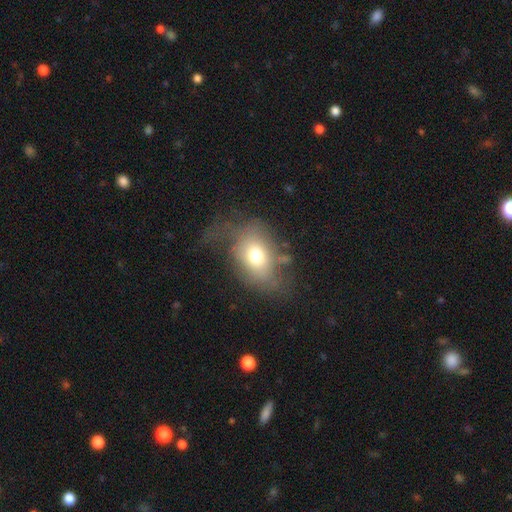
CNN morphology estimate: A smooth galaxy with no disk features (68%) that is in between round and cigar-shaped (68%).

Vote fractions:
- Smooth or featured? smooth: 68% / featured or disk: 22% / star or artifact: 11%
- How rounded? in between: 68% / round: 31% / cigar-shaped: 1%
- Merging? none: 37% / major disturbance: 34% / minor disturbance: 26% / merger: 3%